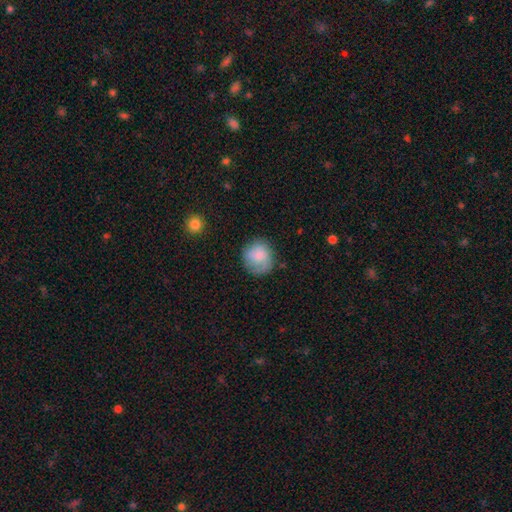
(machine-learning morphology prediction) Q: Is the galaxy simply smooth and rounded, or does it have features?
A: smooth — 77%.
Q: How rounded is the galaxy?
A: round — 82%.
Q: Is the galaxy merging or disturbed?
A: none — 72%.